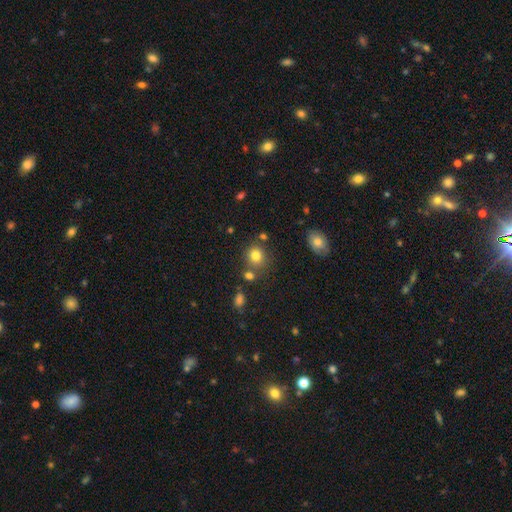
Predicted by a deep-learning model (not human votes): The model was most divided on "merging": none: 73%, merger: 12%, minor disturbance: 11%, major disturbance: 4%. More confident: how rounded — round (80%); smooth or featured — smooth (79%).